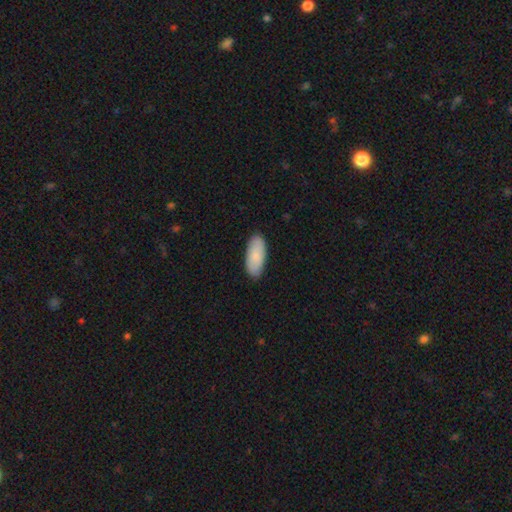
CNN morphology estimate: A smooth galaxy with no disk features (83%) that is in between round and cigar-shaped (88%). Merging: none (88%).